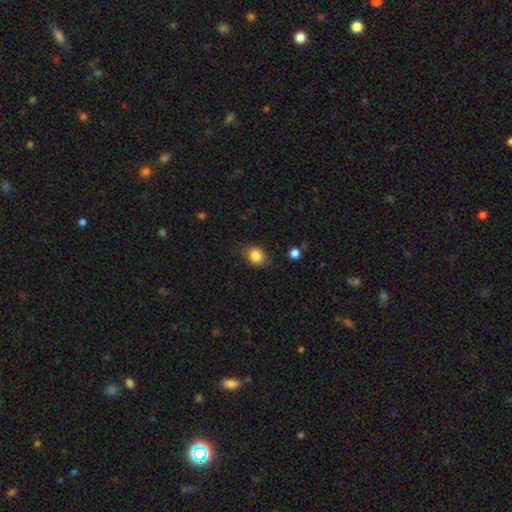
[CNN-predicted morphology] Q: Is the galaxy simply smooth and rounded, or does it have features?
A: smooth — 84%.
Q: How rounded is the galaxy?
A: in between — 50%.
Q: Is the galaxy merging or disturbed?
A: none — 75%.